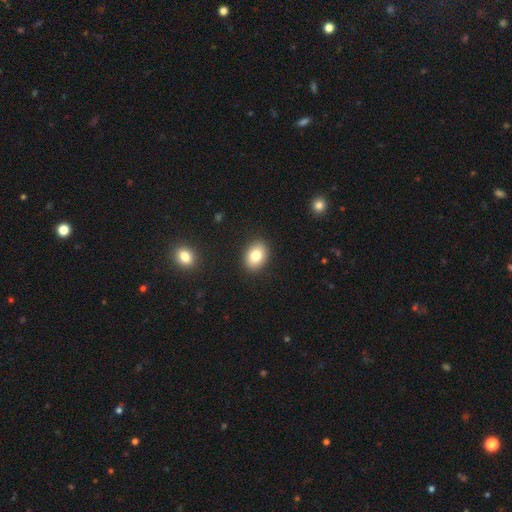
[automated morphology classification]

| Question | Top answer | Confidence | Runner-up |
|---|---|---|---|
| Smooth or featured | smooth | 81% | featured or disk (10%) |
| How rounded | in between | 71% | round (28%) |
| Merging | none | 90% | minor disturbance (7%) |